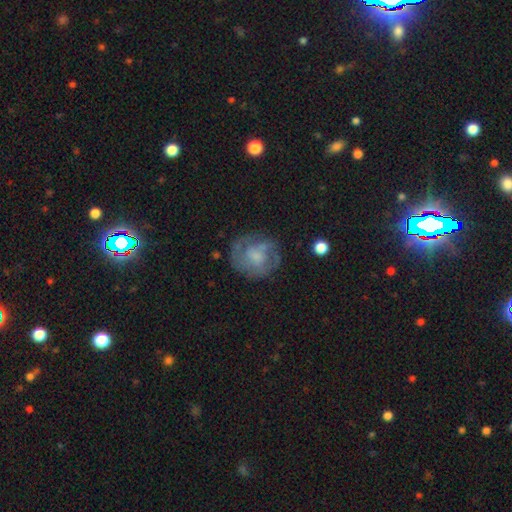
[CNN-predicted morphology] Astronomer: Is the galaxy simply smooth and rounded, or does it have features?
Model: featured or disk — 62%.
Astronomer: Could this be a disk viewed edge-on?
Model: no — 98%.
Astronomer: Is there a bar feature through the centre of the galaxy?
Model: no — 70%.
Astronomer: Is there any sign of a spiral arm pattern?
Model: yes — 71%.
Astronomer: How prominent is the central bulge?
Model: moderate — 33% (runner-up: small, 31%).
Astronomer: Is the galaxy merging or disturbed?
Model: none — 66%.